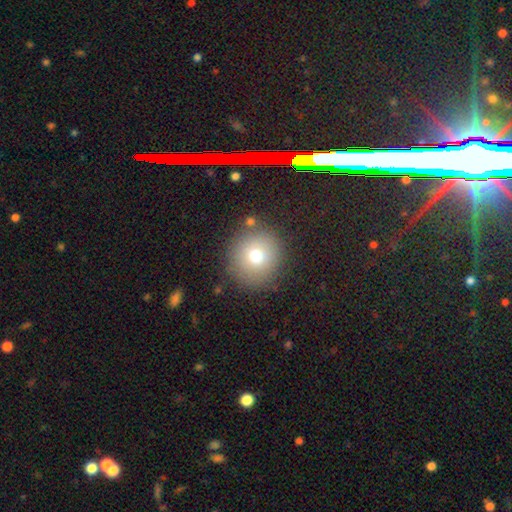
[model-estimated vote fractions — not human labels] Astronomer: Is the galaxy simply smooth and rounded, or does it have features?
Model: smooth — 73%.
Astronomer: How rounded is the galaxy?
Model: round — 93%.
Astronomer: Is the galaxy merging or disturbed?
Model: none — 85%.